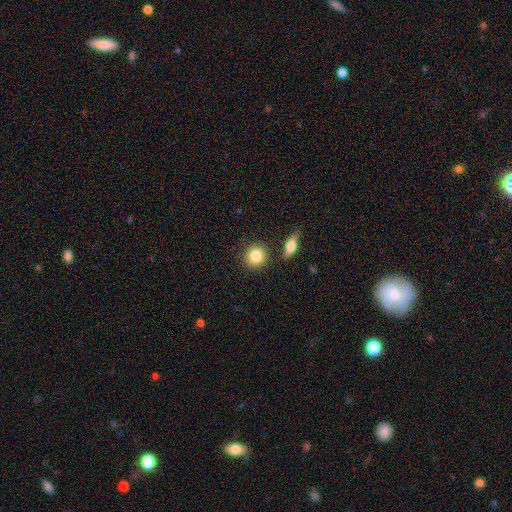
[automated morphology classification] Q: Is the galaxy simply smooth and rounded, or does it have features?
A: smooth — 84%.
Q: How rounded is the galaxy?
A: round — 84%.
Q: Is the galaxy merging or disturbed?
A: none — 82%.